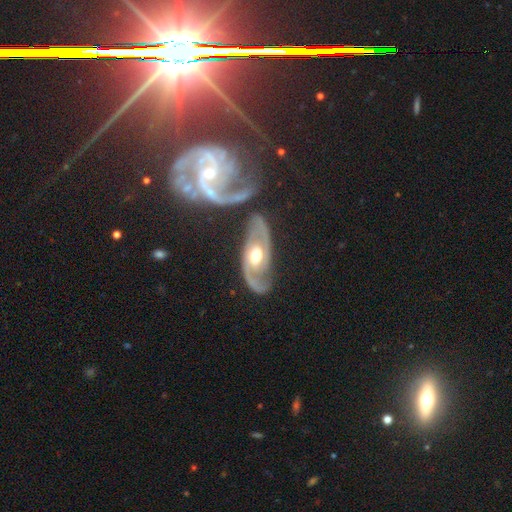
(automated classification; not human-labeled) The model was most divided on "spiral winding": medium: 46%, tight: 33%, loose: 21%. More confident: spiral arms — yes (93%); edge-on disk — no (93%); spiral arm count — 2 (89%); smooth or featured — featured or disk (88%); bulge size — moderate (75%); merging — none (68%); bar — no (61%).